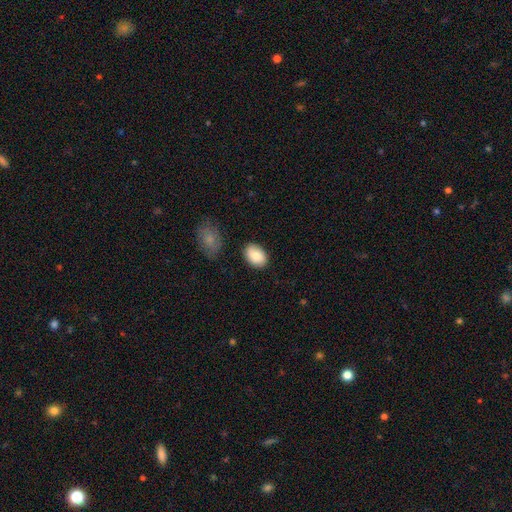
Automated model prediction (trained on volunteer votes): A smooth galaxy with no disk features (86%) that is in between round and cigar-shaped (87%).

Vote fractions:
- Smooth or featured? smooth: 86% / featured or disk: 8% / star or artifact: 6%
- How rounded? in between: 87% / round: 12% / cigar-shaped: 1%
- Merging? none: 83% / minor disturbance: 12% / merger: 3% / major disturbance: 3%